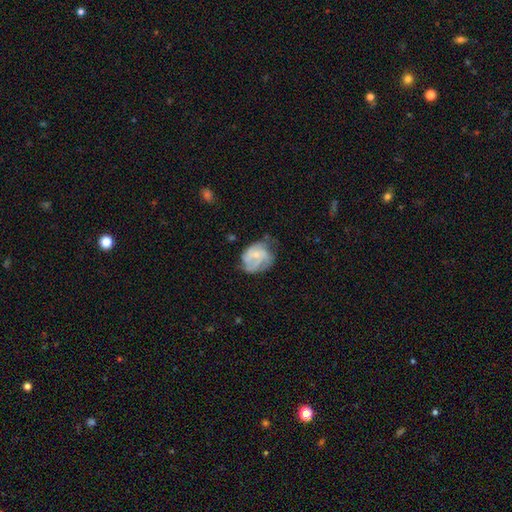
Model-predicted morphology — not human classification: Smooth or featured: featured or disk — 61% (smooth — 31%)
Edge-on disk: no — 98% (yes — 2%)
Bar: no — 71% (weak — 25%)
Spiral arms: yes — 74% (no — 26%)
Bulge size: small — 64% (moderate — 23%)
Merging: none — 46% (minor disturbance — 31%)